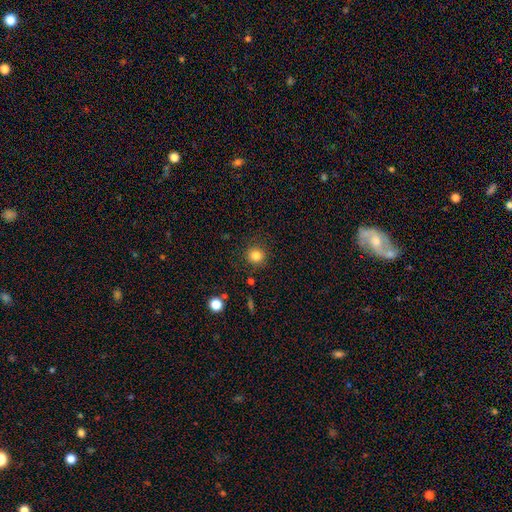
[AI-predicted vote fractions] Smooth or featured? smooth (83%)
How rounded? round (93%)
Merging? none (88%)